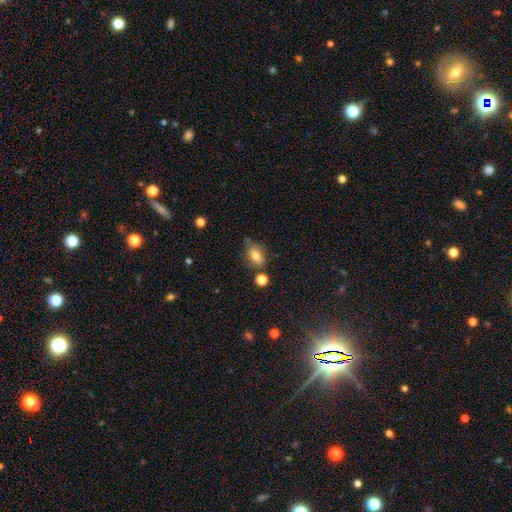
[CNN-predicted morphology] Overall: smooth (76%). How rounded: in between (79%). Merging: none (60%; minor disturbance 24%).